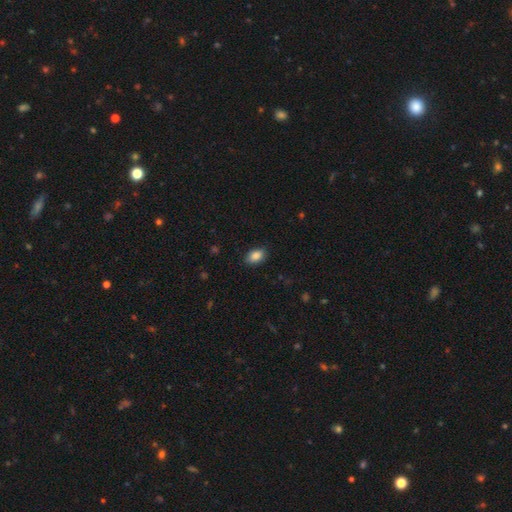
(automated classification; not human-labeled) Smooth or featured?
  - smooth: 87% *
  - star or artifact: 8%
  - featured or disk: 5%
How rounded?
  - in between: 89% *
  - round: 9%
  - cigar-shaped: 2%
Merging?
  - none: 86% *
  - minor disturbance: 10%
  - major disturbance: 2%
  - merger: 1%